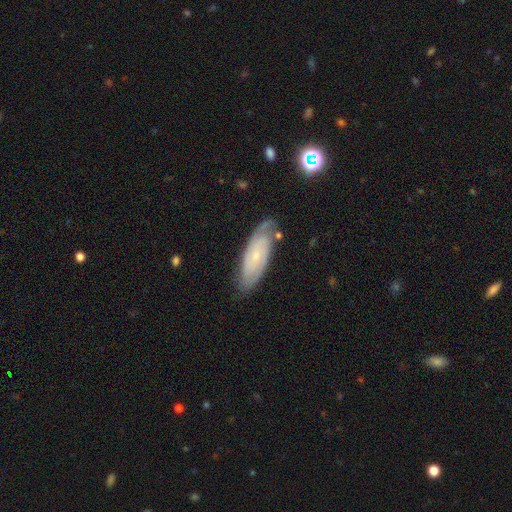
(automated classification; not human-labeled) A featured or disk galaxy (70%) with no bar (70%), 2 (53%) tight (60%) spiral arms (91%) and a small central bulge (79%).

Vote fractions:
- Smooth or featured? featured or disk: 70% / smooth: 23% / star or artifact: 7%
- Edge-on disk? no: 88% / yes: 12%
- Bar? no: 70% / weak: 25% / strong: 6%
- Spiral arms? yes: 91% / no: 9%
- Spiral winding? tight: 60% / medium: 31% / loose: 9%
- Spiral arm count? 2: 53% / can't tell: 31% / 3: 7% / 1: 3% / 4: 3% / more than 4: 2%
- Bulge size? small: 79% / moderate: 15% / none: 4% / large: 1% / dominant: 1%
- Merging? none: 74% / minor disturbance: 19% / major disturbance: 5% / merger: 2%